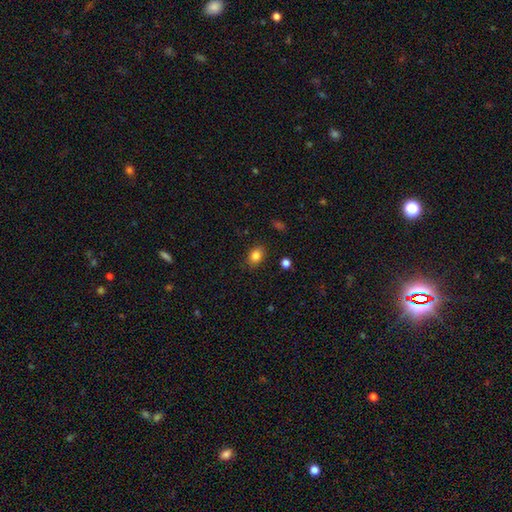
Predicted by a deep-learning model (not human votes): Overall: smooth (84%). How rounded: in between (65%; round 34%). Merging: none (86%).